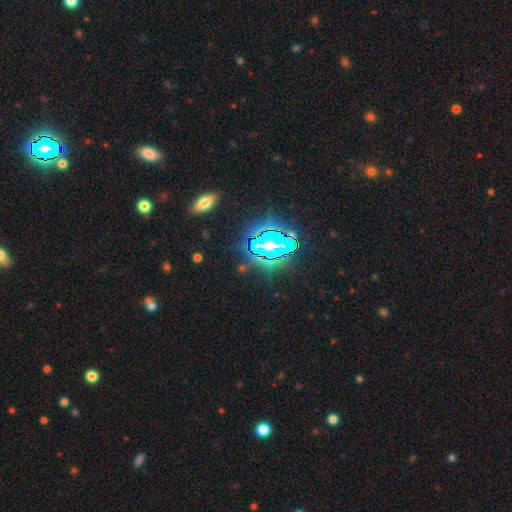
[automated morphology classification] Q: Smooth or featured?
A: star or artifact (80%); runner-up: smooth (12%)